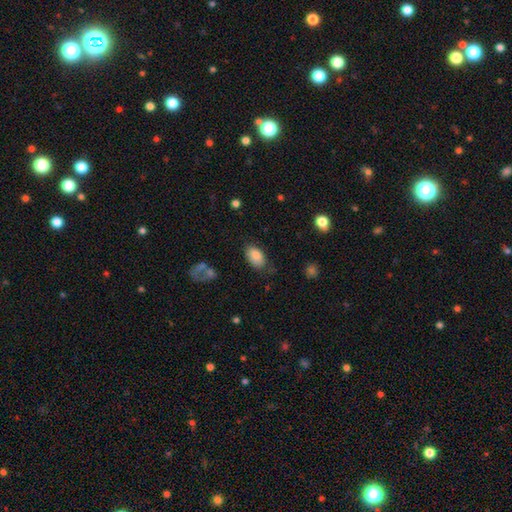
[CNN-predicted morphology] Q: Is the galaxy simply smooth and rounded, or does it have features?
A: smooth — 84%.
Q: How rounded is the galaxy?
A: in between — 93%.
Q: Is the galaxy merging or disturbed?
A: none — 71%.